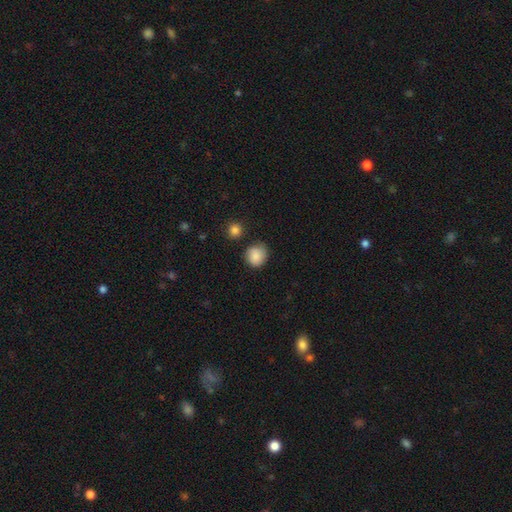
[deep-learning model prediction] smooth 85%, star or artifact 8%, featured or disk 7%. Down the decision tree: how rounded — round (84%); merging — none (73%).